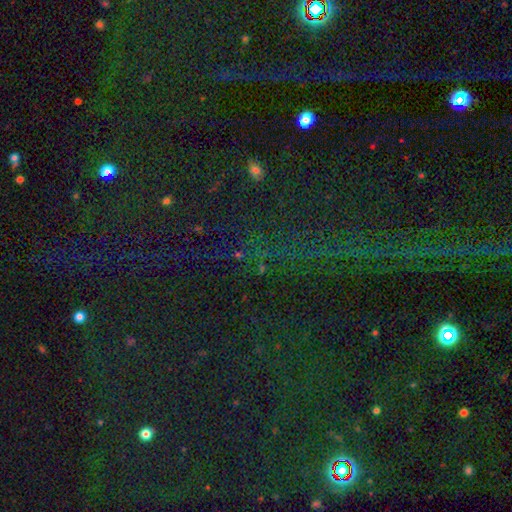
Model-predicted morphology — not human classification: A star or artifact, not a galaxy (80%).